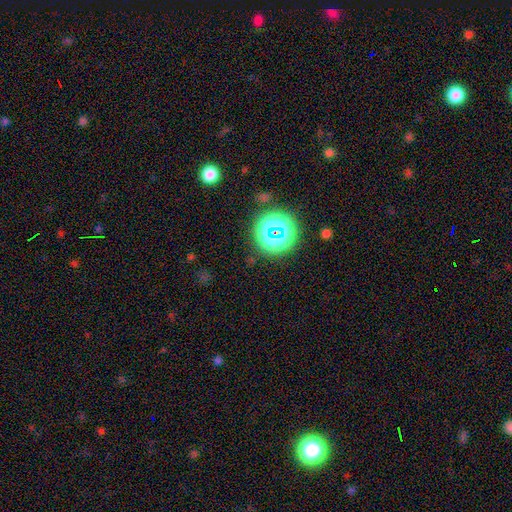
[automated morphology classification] Overall: star or artifact (63%; smooth 26%).